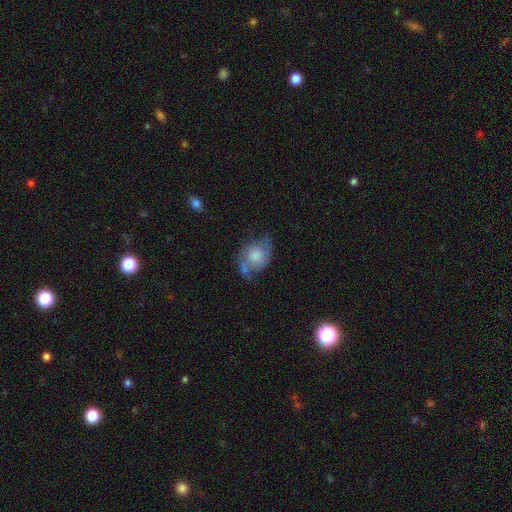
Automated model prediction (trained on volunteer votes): smooth 57%, featured or disk 35%, star or artifact 8%. Down the decision tree: how rounded — in between (60%); merging — none (38%).